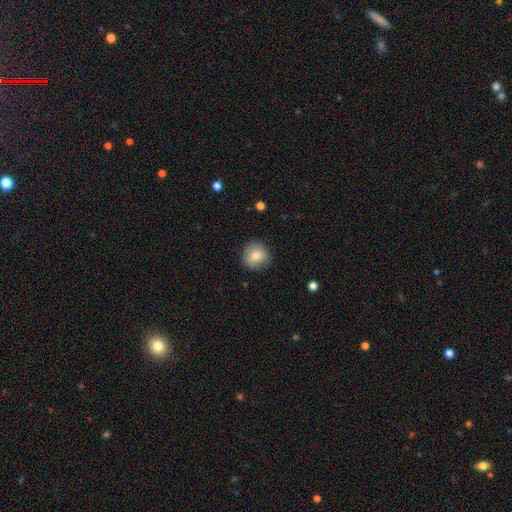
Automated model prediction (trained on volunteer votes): This is likely a smooth galaxy (76%). How rounded: clearly round (92%). Merging: clearly none (83%).